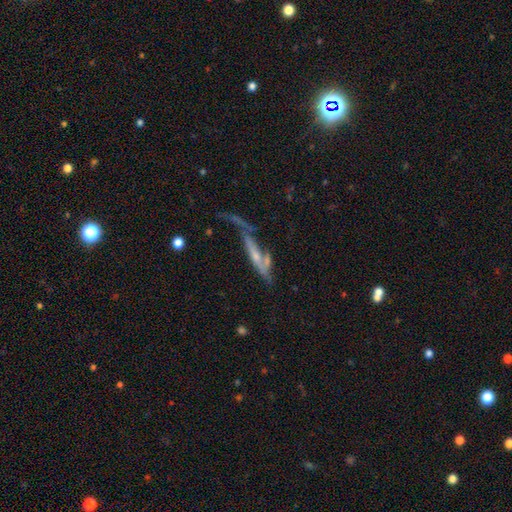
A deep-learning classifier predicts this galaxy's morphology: A featured or disk galaxy (65%) viewed edge-on (56%).

Vote fractions:
- Smooth or featured? featured or disk: 65% / smooth: 26% / star or artifact: 9%
- Edge-on disk? yes: 56% / no: 44%
- Merging? major disturbance: 34% / none: 26% / merger: 21% / minor disturbance: 19%